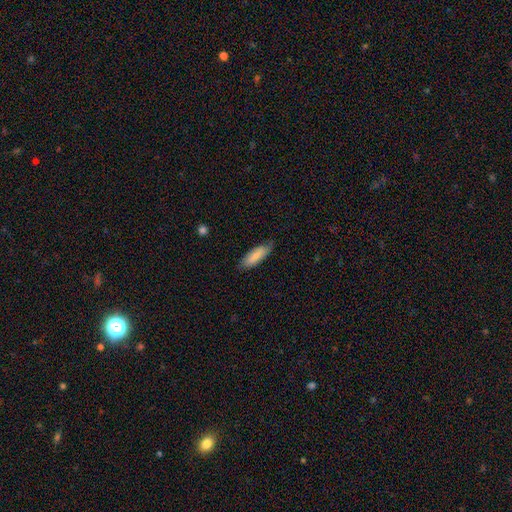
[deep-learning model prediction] The model was most divided on "how rounded": in between: 59%, cigar-shaped: 39%, round: 1%. More confident: smooth or featured — smooth (83%); merging — none (78%).